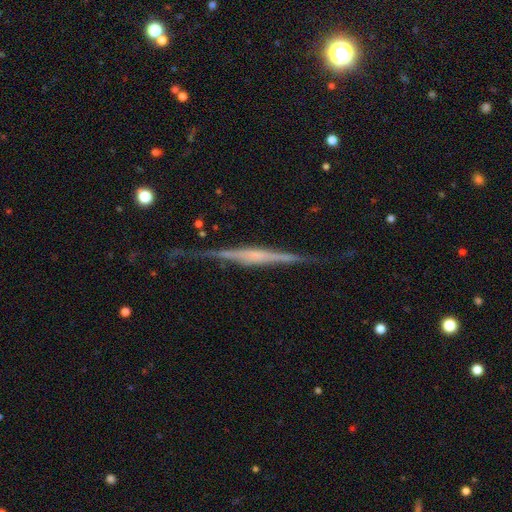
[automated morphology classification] This is clearly a featured or disk galaxy (84%). It is clearly viewed edge-on (97%). Edge-on bulge: marginally rounded (44%). Merging: likely none (79%).